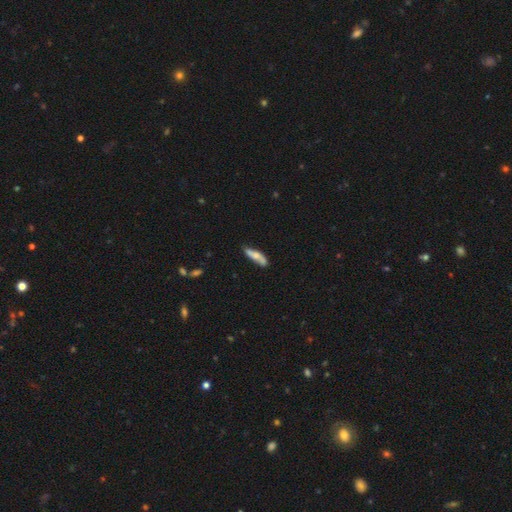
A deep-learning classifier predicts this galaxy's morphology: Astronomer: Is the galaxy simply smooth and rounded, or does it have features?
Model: smooth — 58% (runner-up: featured or disk, 35%).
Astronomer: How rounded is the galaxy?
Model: cigar-shaped — 60% (runner-up: in between, 38%).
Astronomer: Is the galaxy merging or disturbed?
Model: none — 62%.